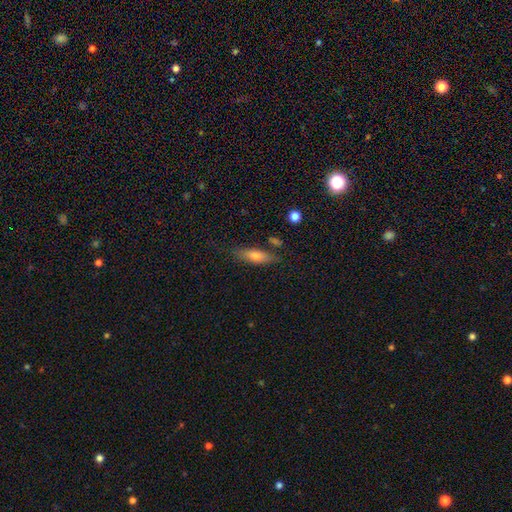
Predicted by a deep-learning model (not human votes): Morphology: type=smooth (67%); roundness=in between (50%); merging=none (74%).